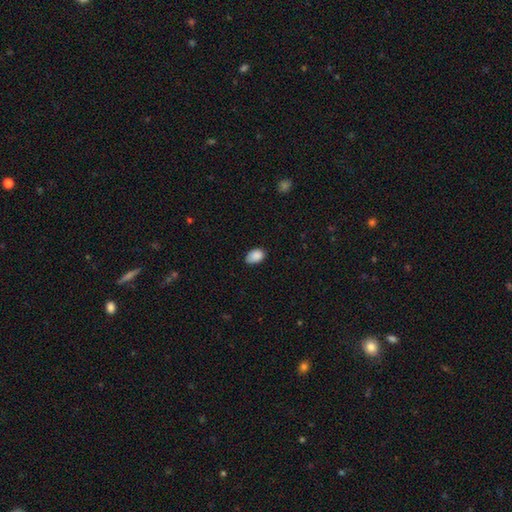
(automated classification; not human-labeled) This is clearly a smooth galaxy (88%). How rounded: clearly in between (89%). Merging: likely none (74%).